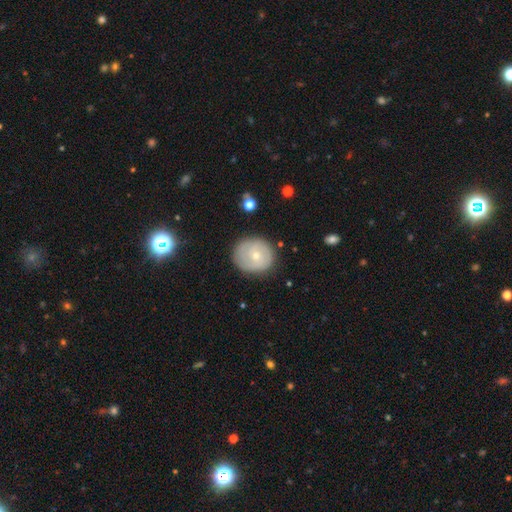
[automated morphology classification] Overall: featured or disk (50%; smooth 43%). Edge-on disk: no (97%). Merging: none (79%).